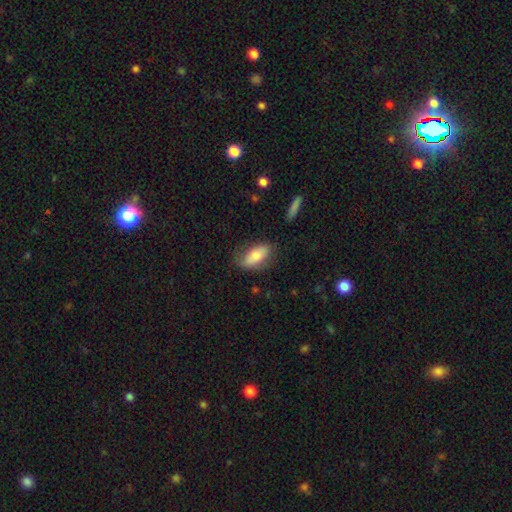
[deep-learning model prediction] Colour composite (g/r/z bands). It shows a smooth galaxy with no disk features (75%) that is in between round and cigar-shaped (86%). Merging: none (70%).